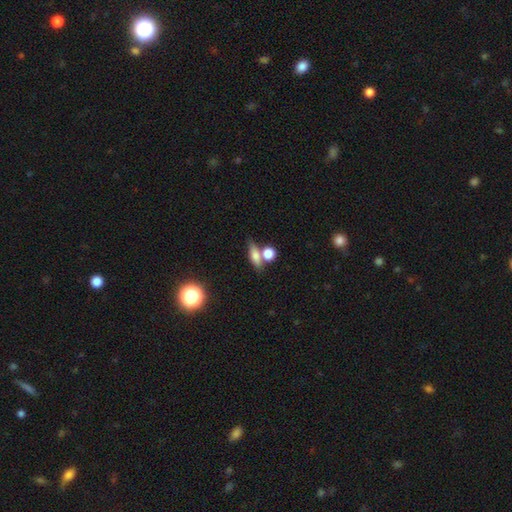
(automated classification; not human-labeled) Overall: smooth (67%). How rounded: in between (47%; cigar-shaped 30%). Merging: none (57%; merger 27%).